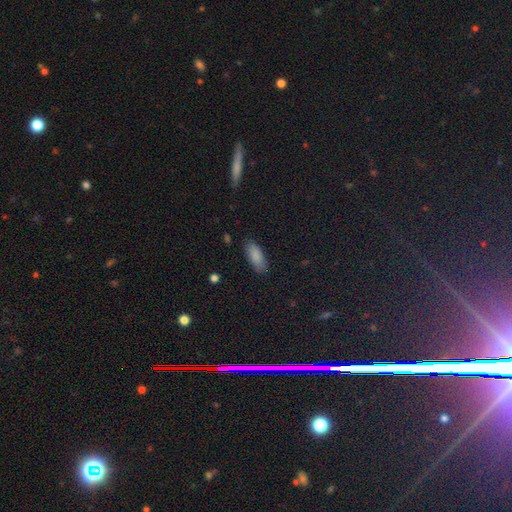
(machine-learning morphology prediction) smooth-or-featured: smooth: 88% | star or artifact: 7% | featured or disk: 6%
  how-rounded: in between: 80% | cigar-shaped: 18% | round: 2%
  merging: none: 85% | minor disturbance: 11% | major disturbance: 2% | merger: 1%